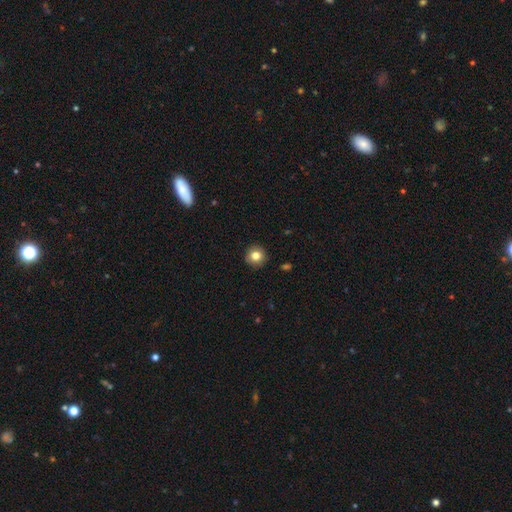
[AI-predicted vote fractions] Smooth or featured: smooth — 82% (star or artifact — 10%)
How rounded: round — 94% (in between — 5%)
Merging: none — 92% (minor disturbance — 6%)